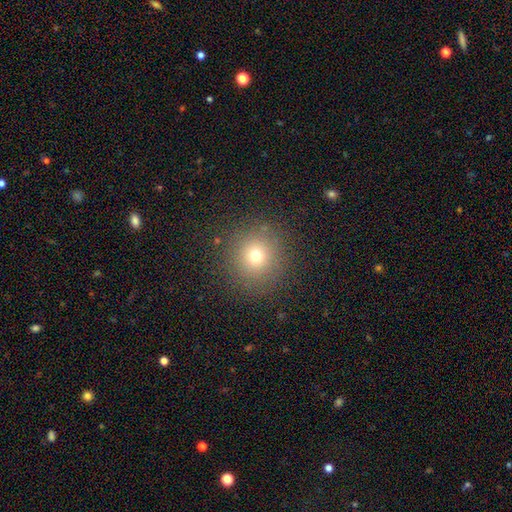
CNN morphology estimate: type=smooth (70%); roundness=round (94%); merging=none (88%).